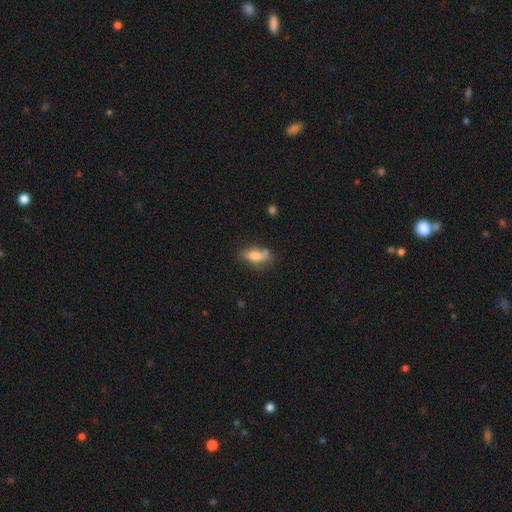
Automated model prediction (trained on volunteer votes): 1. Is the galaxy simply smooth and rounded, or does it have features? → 68% smooth, 23% featured or disk, 9% star or artifact.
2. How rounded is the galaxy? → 77% in between, 17% cigar-shaped, 7% round.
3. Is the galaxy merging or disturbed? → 53% none, 23% minor disturbance, 16% merger, 8% major disturbance.